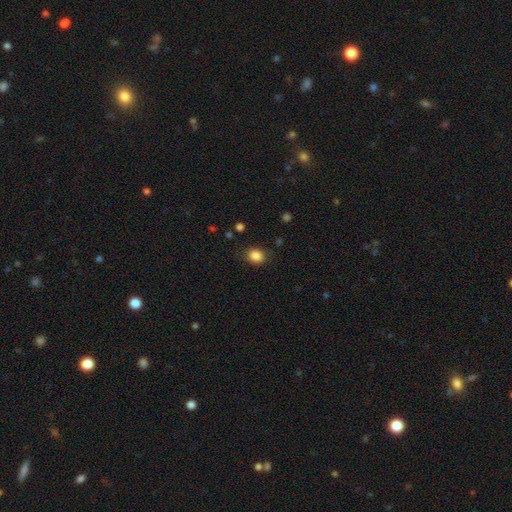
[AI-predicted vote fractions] smooth 86%, star or artifact 10%, featured or disk 4%. Down the decision tree: how rounded — round (58%); merging — none (81%).